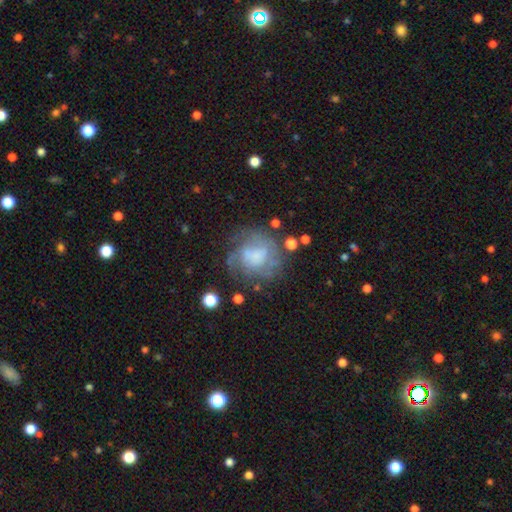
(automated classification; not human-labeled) Morphology: type=featured or disk (54%); edge-on=no (98%); bar=no (71%); spiral arms=yes (63%); bulge=none (32%); merging=none (58%).